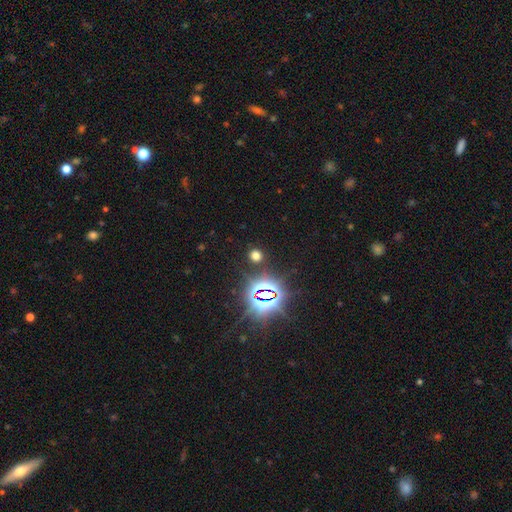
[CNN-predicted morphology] This appears to be a smooth galaxy with no disk features (54%) that is round (83%). Merging: none (86%).